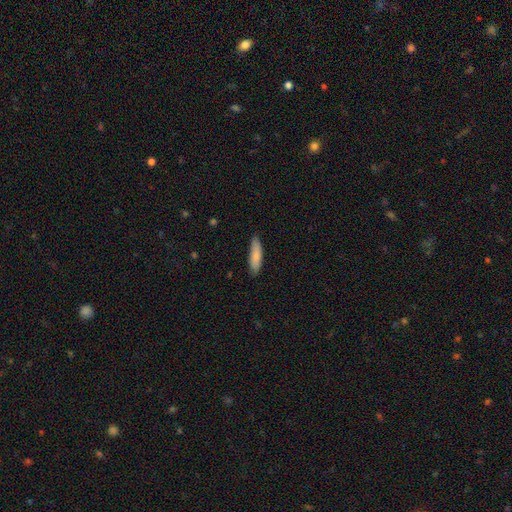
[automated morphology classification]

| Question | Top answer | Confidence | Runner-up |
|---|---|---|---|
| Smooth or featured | smooth | 85% | featured or disk (10%) |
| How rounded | cigar-shaped | 66% | in between (33%) |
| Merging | none | 84% | minor disturbance (13%) |